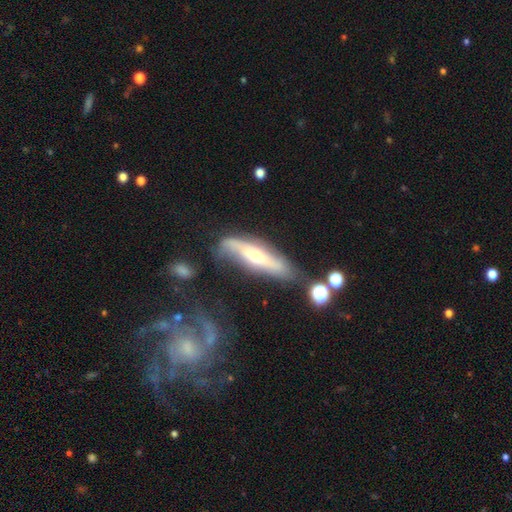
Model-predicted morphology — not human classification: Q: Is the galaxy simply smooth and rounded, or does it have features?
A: featured or disk — 66%.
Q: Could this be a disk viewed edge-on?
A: yes — 52%.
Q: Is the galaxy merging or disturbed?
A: none — 56%.